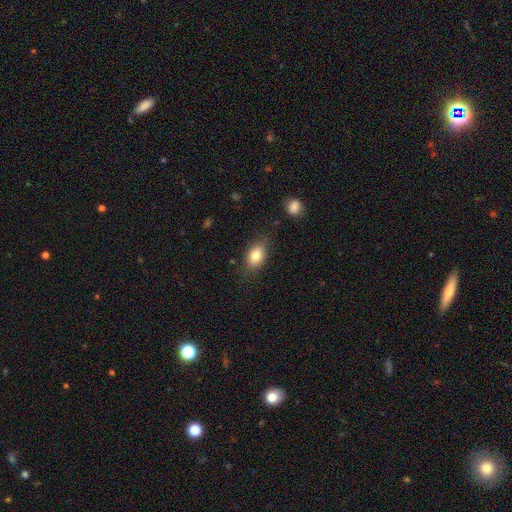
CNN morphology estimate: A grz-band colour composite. It shows a smooth galaxy with no disk features (80%) that is in between round and cigar-shaped (81%). Merging: none (76%).